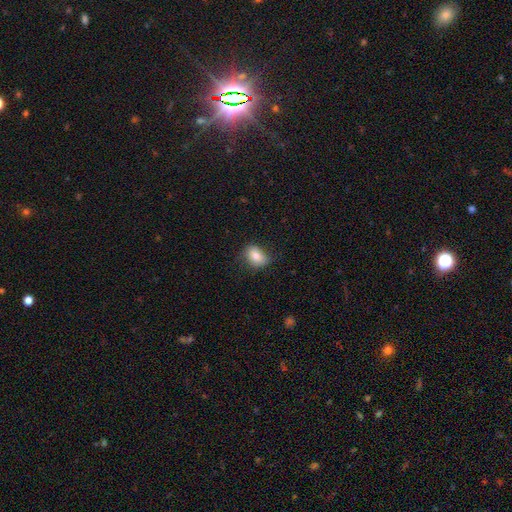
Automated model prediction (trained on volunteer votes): smooth 80%, featured or disk 12%, star or artifact 9%. Down the decision tree: how rounded — in between (73%); merging — none (72%).